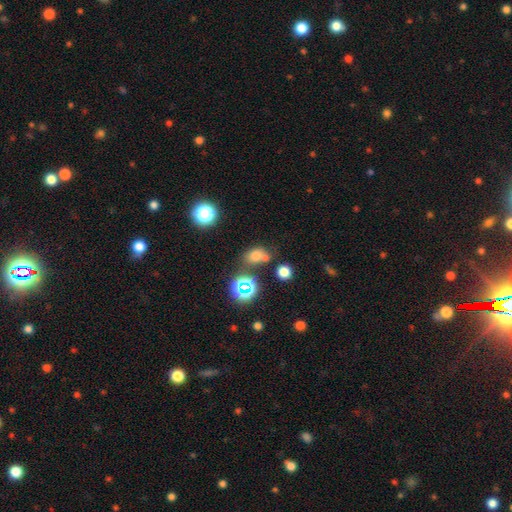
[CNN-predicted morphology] Q: Smooth or featured?
A: smooth (67%); runner-up: star or artifact (23%)
Q: How rounded?
A: in between (60%); runner-up: round (38%)
Q: Merging?
A: none (50%); runner-up: merger (26%)